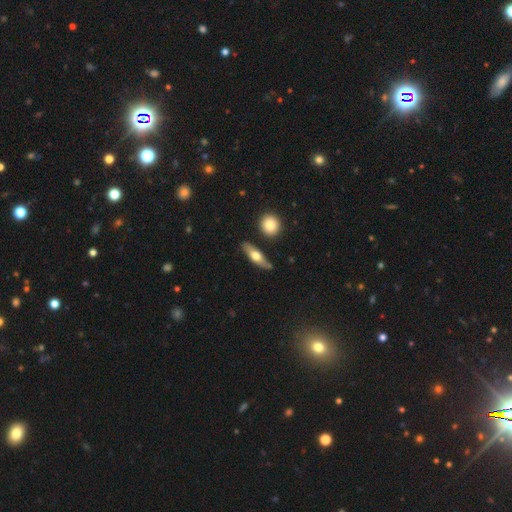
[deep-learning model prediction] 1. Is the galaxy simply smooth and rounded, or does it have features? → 50% smooth, 44% featured or disk, 6% star or artifact.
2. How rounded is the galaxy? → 53% cigar-shaped, 42% in between, 5% round.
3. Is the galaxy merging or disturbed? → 79% none, 13% minor disturbance, 5% merger, 3% major disturbance.